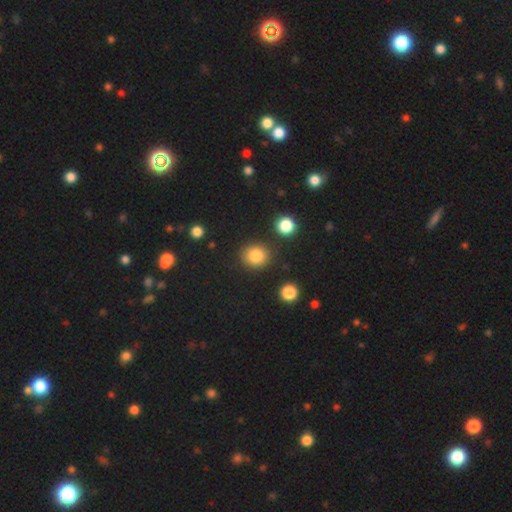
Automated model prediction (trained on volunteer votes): smooth-or-featured: smooth: 82% | star or artifact: 12% | featured or disk: 6%
  how-rounded: round: 80% | in between: 19% | cigar-shaped: 1%
  merging: none: 84% | minor disturbance: 8% | merger: 5% | major disturbance: 3%